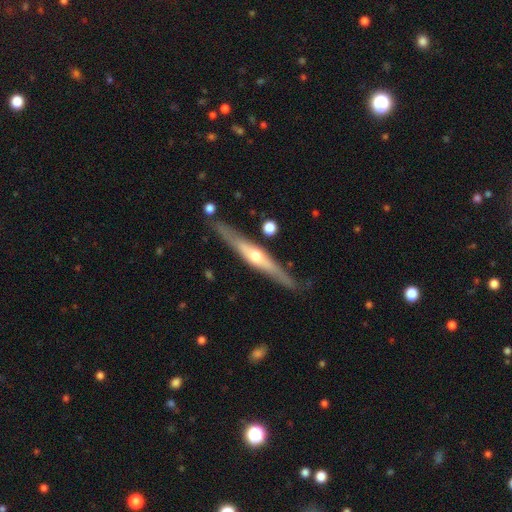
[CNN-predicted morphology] A featured or disk galaxy (73%) viewed edge-on (95%) with a rounded central bulge (87%). Merging: none (84%).